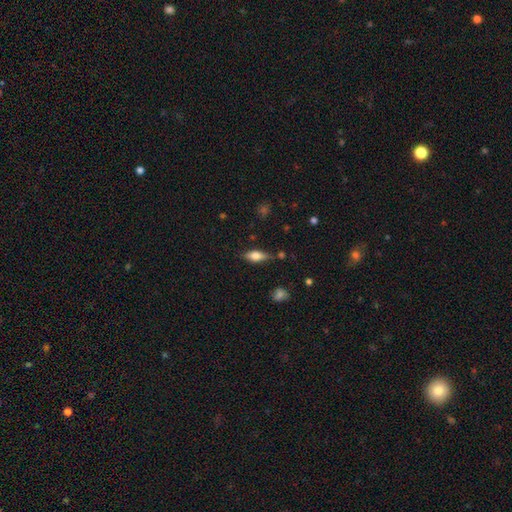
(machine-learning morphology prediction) Q: Smooth or featured?
A: smooth (59%); runner-up: featured or disk (33%)
Q: How rounded?
A: in between (69%); runner-up: cigar-shaped (27%)
Q: Merging?
A: none (75%); runner-up: minor disturbance (17%)